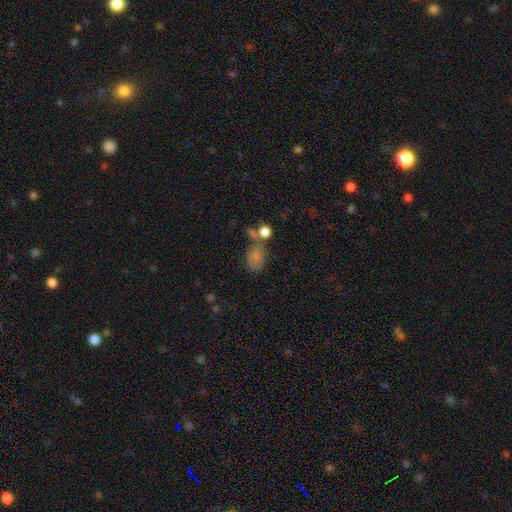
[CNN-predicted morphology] smooth 70%, star or artifact 16%, featured or disk 14%. Down the decision tree: how rounded — in between (74%); merging — none (45%).